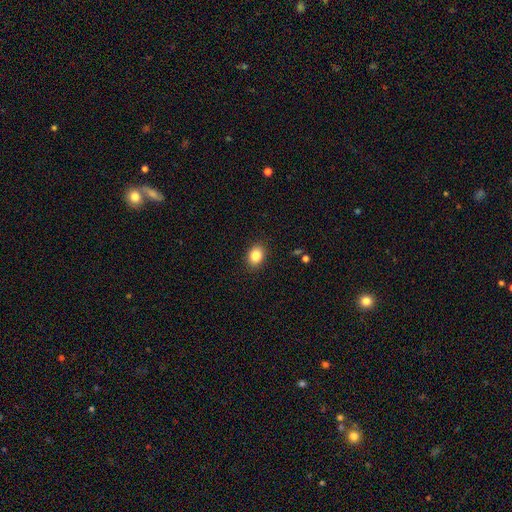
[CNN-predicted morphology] smooth_or_featured: smooth (p=0.85) [alt: star or artifact p=0.09]
how_rounded: in between (p=0.59) [alt: round p=0.40]
merging: none (p=0.89) [alt: minor disturbance p=0.08]